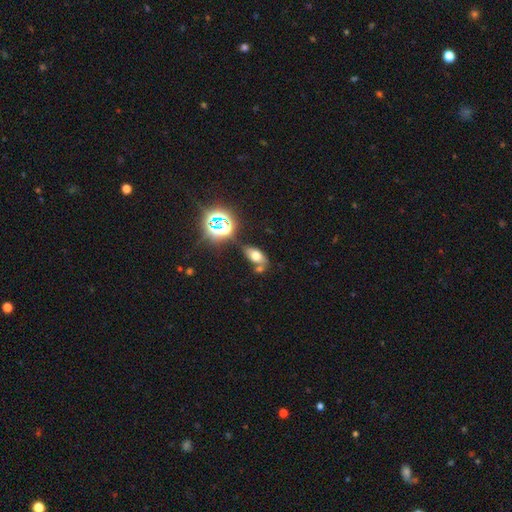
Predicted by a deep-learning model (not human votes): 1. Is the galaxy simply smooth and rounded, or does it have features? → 63% smooth, 22% star or artifact, 15% featured or disk.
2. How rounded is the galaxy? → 85% in between, 10% round, 5% cigar-shaped.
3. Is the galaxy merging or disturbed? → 58% none, 19% merger, 16% minor disturbance, 6% major disturbance.